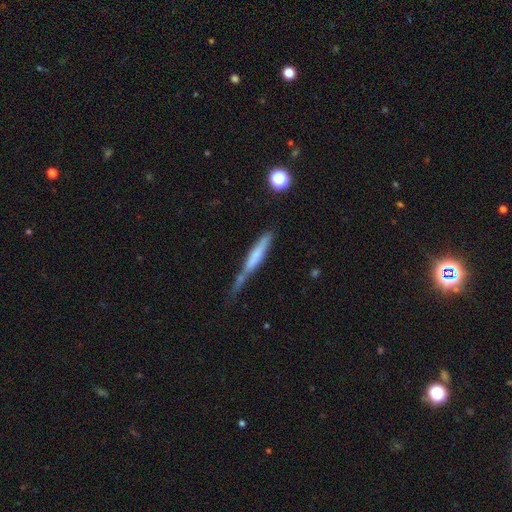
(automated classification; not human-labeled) Smooth or featured? smooth (54%)
How rounded? cigar-shaped (93%)
Merging? none (43%)